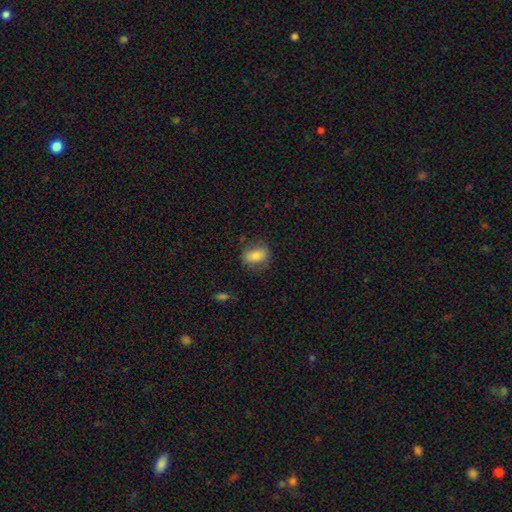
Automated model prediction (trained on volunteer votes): The model was most divided on "merging": none: 70%, minor disturbance: 21%, major disturbance: 8%, merger: 2%. More confident: smooth or featured — smooth (76%); how rounded — in between (73%).